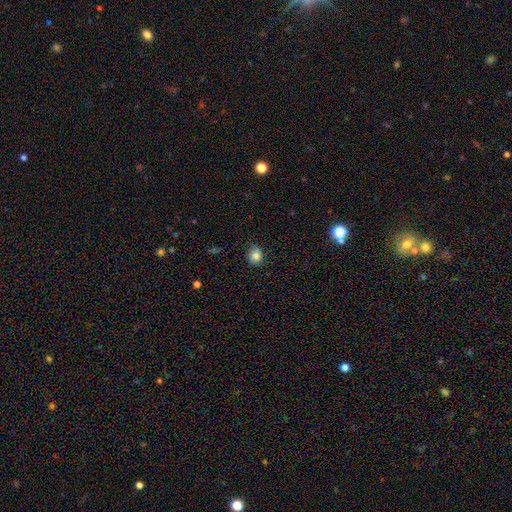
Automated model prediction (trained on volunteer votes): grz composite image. It shows a smooth galaxy with no disk features (83%) that is round (73%). Merging: none (72%).